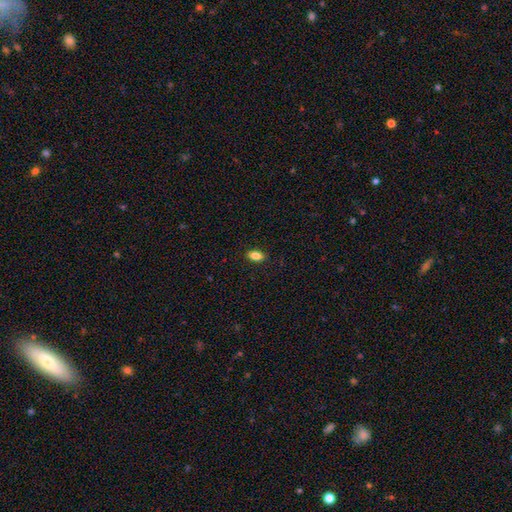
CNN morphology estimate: smooth-or-featured: smooth: 83% | featured or disk: 9% | star or artifact: 8%
  how-rounded: in between: 88% | round: 6% | cigar-shaped: 5%
  merging: none: 89% | minor disturbance: 8% | major disturbance: 2% | merger: 1%